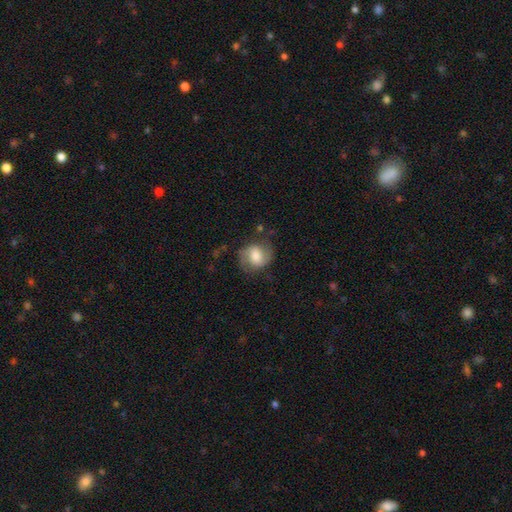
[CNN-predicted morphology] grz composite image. It shows a smooth galaxy with no disk features (48%). Merging: none (66%).